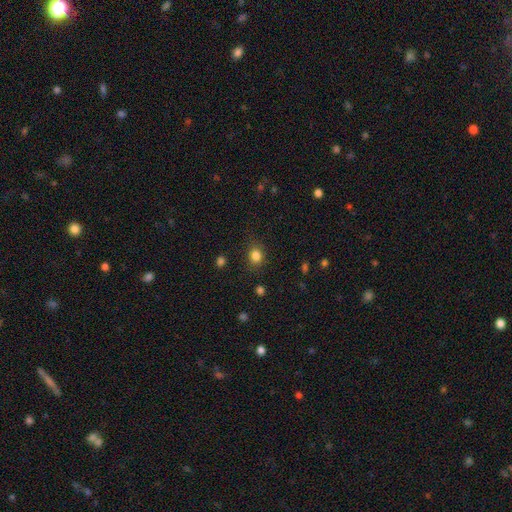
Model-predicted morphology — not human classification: Smooth or featured: smooth — 83% (star or artifact — 12%)
How rounded: round — 63% (in between — 36%)
Merging: none — 82% (minor disturbance — 13%)